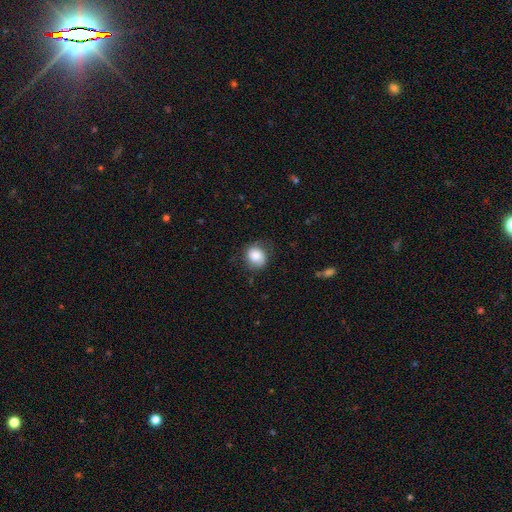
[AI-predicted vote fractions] smooth_or_featured: smooth (p=0.78) [alt: featured or disk p=0.14]
how_rounded: round (p=0.69) [alt: in between p=0.30]
merging: none (p=0.67) [alt: minor disturbance p=0.24]